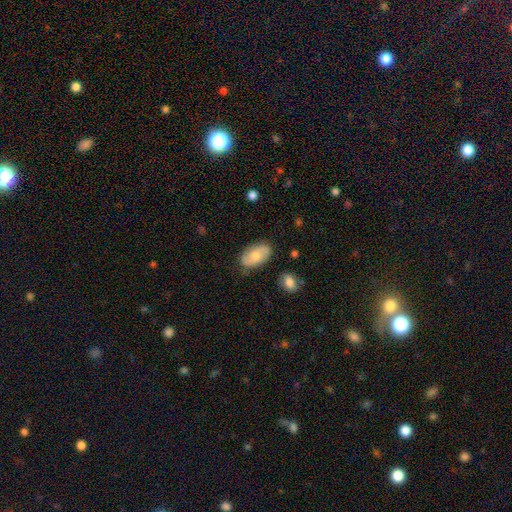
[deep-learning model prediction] Morphology: type=smooth (58%); roundness=in between (93%); merging=none (77%).